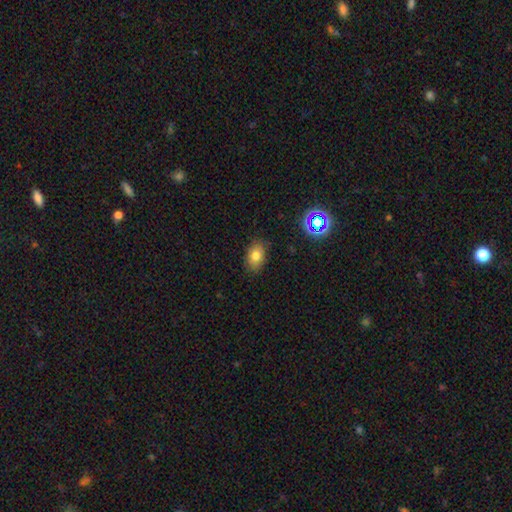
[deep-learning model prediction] Smooth or featured? smooth (76%)
How rounded? in between (82%)
Merging? none (83%)